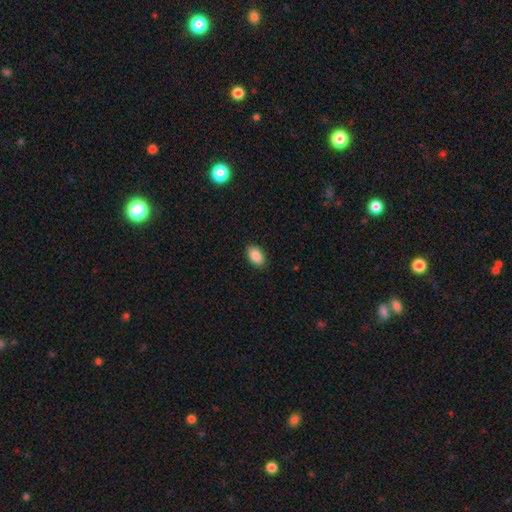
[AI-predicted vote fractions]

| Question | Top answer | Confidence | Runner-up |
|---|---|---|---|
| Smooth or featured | smooth | 89% | star or artifact (7%) |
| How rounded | in between | 91% | round (7%) |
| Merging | none | 89% | minor disturbance (8%) |